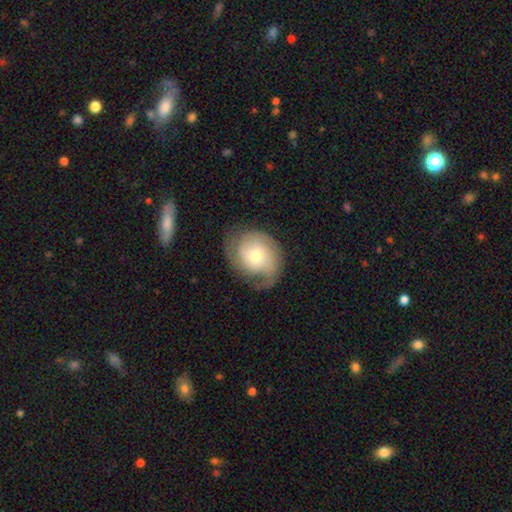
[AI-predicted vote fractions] The model was most divided on "bulge size": moderate: 58%, small: 35%, large: 5%, dominant: 1%, none: 1%. More confident: edge-on disk — no (96%); spiral arms — yes (84%); bar — no (73%); merging — none (60%); smooth or featured — featured or disk (58%).